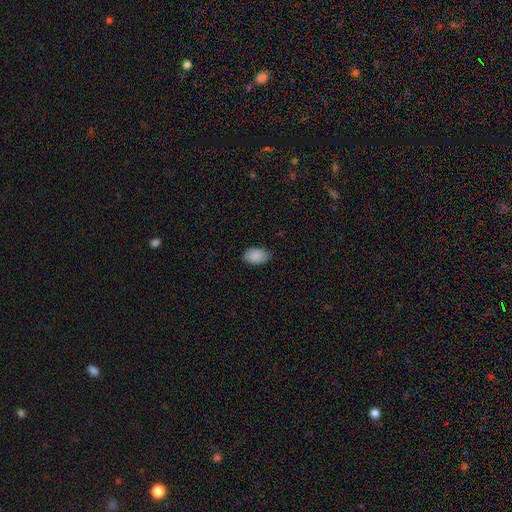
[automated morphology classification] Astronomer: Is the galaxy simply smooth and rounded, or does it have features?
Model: smooth — 89%.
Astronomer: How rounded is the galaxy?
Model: in between — 89%.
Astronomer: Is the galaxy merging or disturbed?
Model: none — 79%.